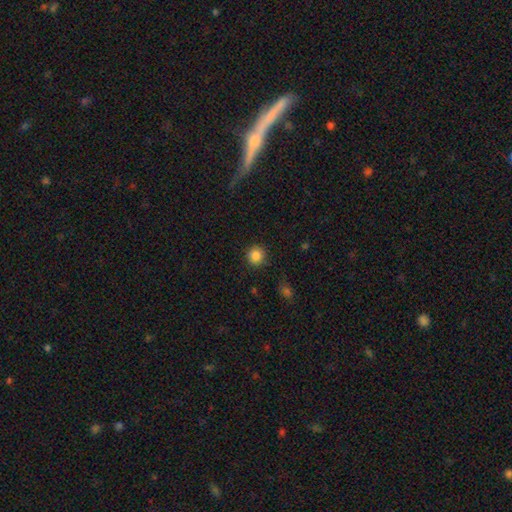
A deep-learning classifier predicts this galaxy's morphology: smooth_or_featured: smooth (p=0.86) [alt: star or artifact p=0.10]
how_rounded: round (p=0.92) [alt: in between p=0.07]
merging: none (p=0.88) [alt: minor disturbance p=0.08]